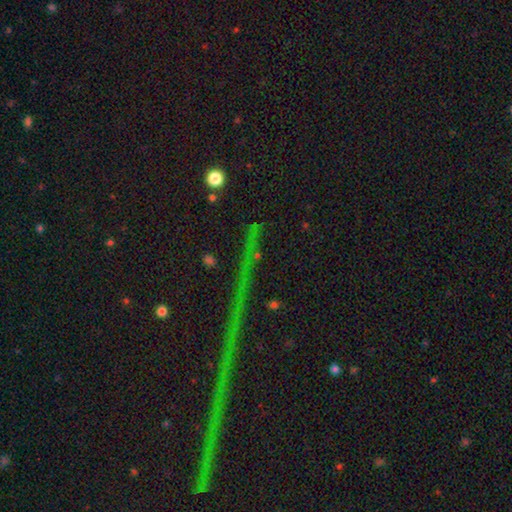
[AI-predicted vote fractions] Smooth or featured: star or artifact — 72% (smooth — 15%)